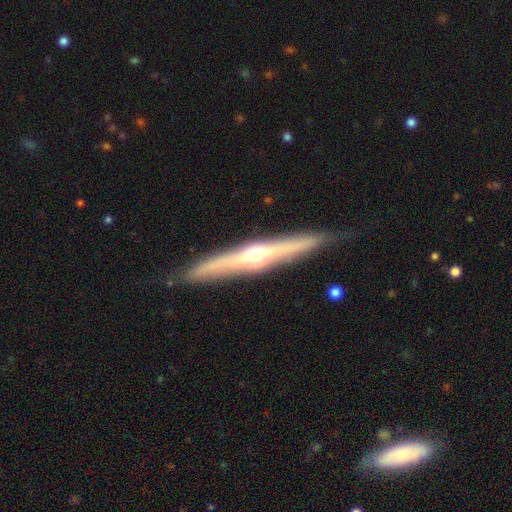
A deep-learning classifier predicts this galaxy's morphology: This appears to be a featured or disk galaxy (68%) viewed edge-on (95%) with a rounded central bulge (91%). Merging: none (89%).